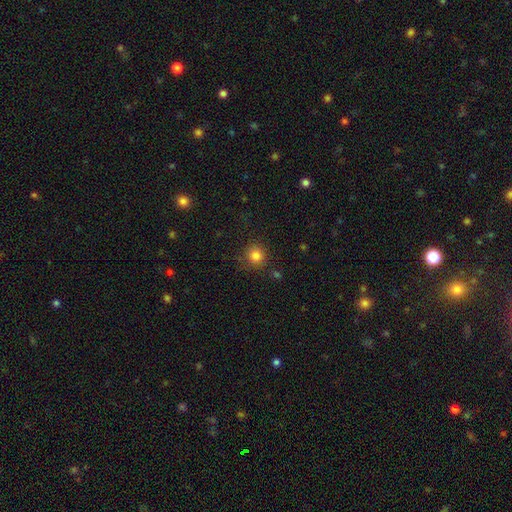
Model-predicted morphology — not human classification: smooth-or-featured: smooth: 83% | star or artifact: 12% | featured or disk: 5%
  how-rounded: round: 91% | in between: 8% | cigar-shaped: 1%
  merging: none: 83% | minor disturbance: 11% | major disturbance: 4% | merger: 2%